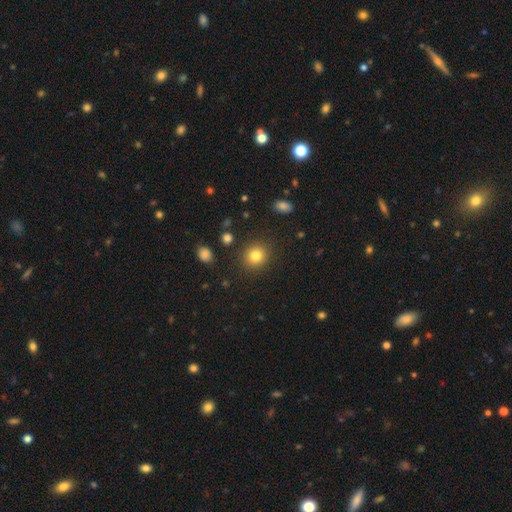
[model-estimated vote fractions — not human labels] Morphology: type=smooth (82%); roundness=round (86%); merging=none (89%).